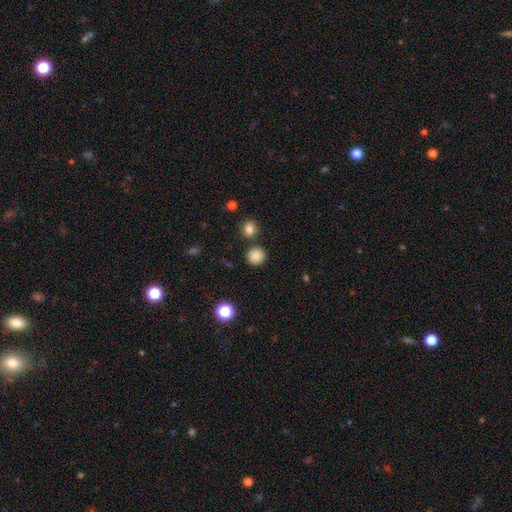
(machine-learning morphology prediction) smooth-or-featured: smooth: 85% | star or artifact: 11% | featured or disk: 4%
  how-rounded: round: 92% | in between: 7% | cigar-shaped: 1%
  merging: none: 85% | minor disturbance: 7% | merger: 5% | major disturbance: 2%